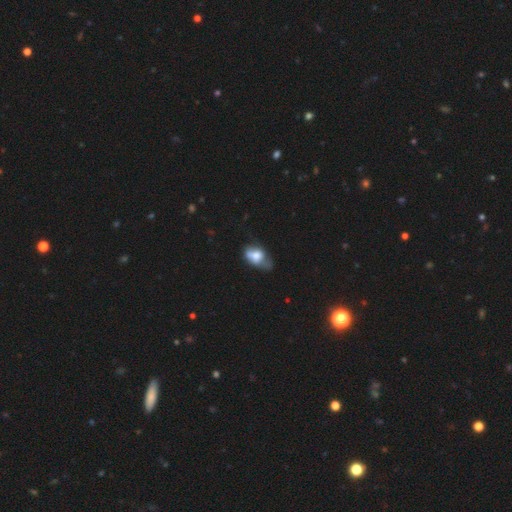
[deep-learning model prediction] This appears to be a smooth galaxy with no disk features (56%) that is in between round and cigar-shaped (83%). Merging: minor disturbance (34%).